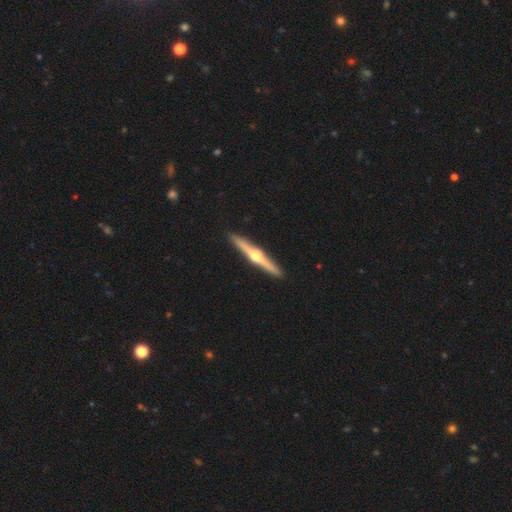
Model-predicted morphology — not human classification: Smooth or featured?
  - featured or disk: 80% *
  - smooth: 15%
  - star or artifact: 4%
Edge-on disk?
  - yes: 98% *
  - no: 2%
Edge-on bulge?
  - rounded: 96% *
  - none: 2%
  - boxy: 2%
Merging?
  - none: 93% *
  - minor disturbance: 5%
  - major disturbance: 1%
  - merger: 1%